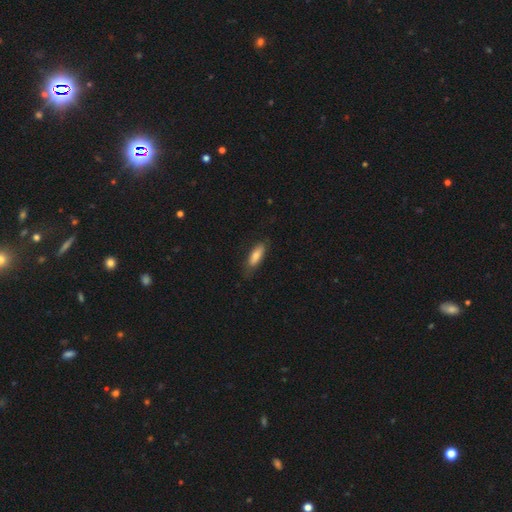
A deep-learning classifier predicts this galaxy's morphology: smooth 80%, featured or disk 14%, star or artifact 6%. Down the decision tree: how rounded — in between (59%); merging — none (73%).